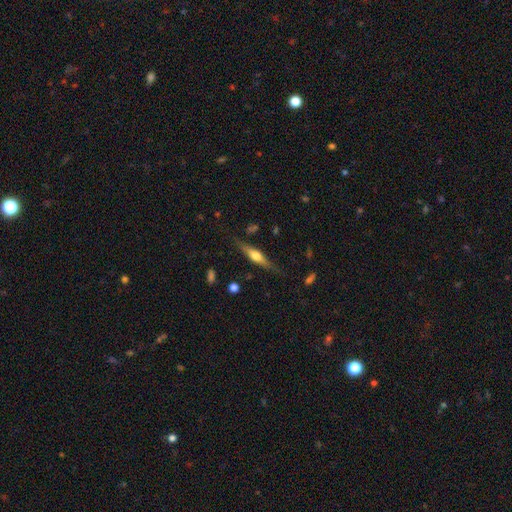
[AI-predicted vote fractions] Smooth or featured? Predicted: featured or disk (p=0.62). Edge-on disk? Predicted: yes (p=0.95). Edge-on bulge? Predicted: rounded (p=0.90). Merging? Predicted: none (p=0.80).